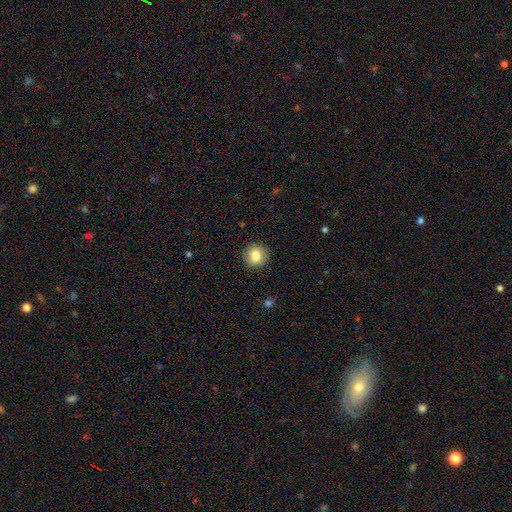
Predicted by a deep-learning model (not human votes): smooth 83%, star or artifact 9%, featured or disk 9%. Down the decision tree: how rounded — round (90%); merging — none (90%).